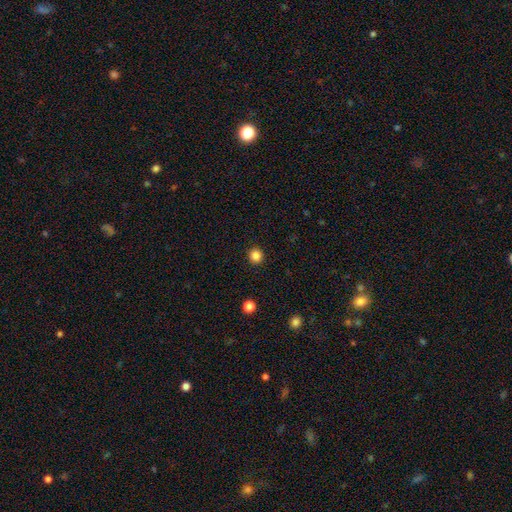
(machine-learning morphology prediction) smooth-or-featured: smooth: 85% | star or artifact: 12% | featured or disk: 3%
  how-rounded: round: 93% | in between: 6% | cigar-shaped: 1%
  merging: none: 93% | minor disturbance: 5% | major disturbance: 2% | merger: 1%